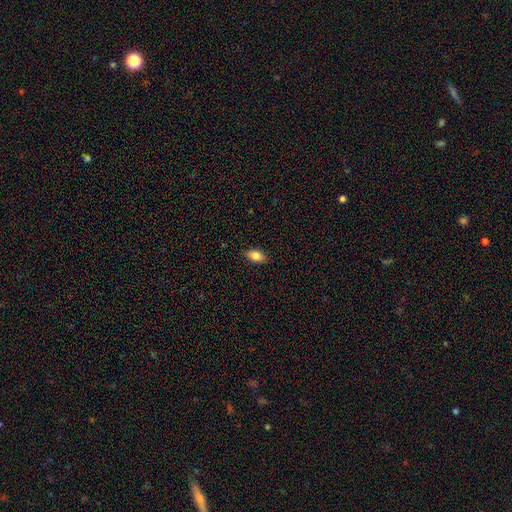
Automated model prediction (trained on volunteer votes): This appears to be a smooth galaxy with no disk features (85%) that is in between round and cigar-shaped (90%). Merging: none (87%).